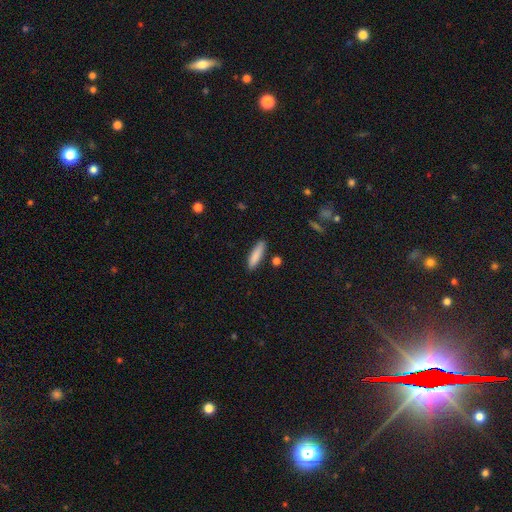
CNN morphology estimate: Smooth or featured? Predicted: smooth (p=0.85). How rounded? Predicted: cigar-shaped (p=0.70). Merging? Predicted: none (p=0.85).